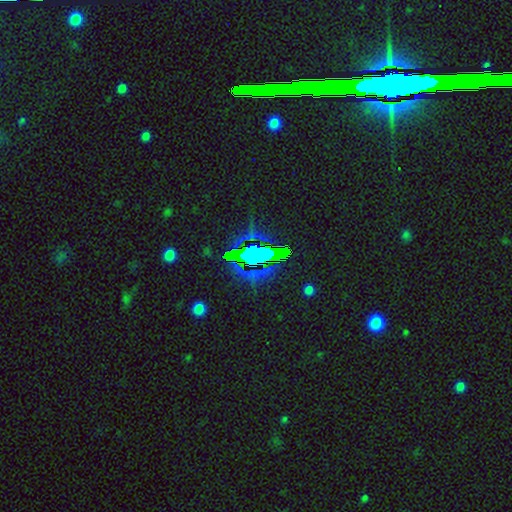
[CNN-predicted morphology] type=star or artifact (80%).